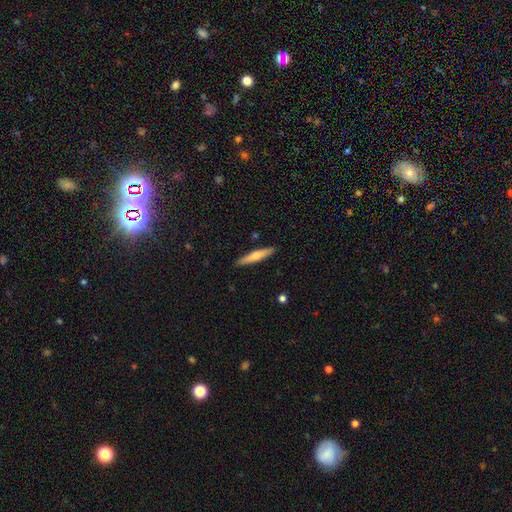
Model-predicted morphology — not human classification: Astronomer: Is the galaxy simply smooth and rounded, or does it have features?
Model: smooth — 58% (runner-up: featured or disk, 36%).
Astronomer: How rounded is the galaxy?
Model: cigar-shaped — 90%.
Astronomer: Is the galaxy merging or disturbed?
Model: none — 89%.